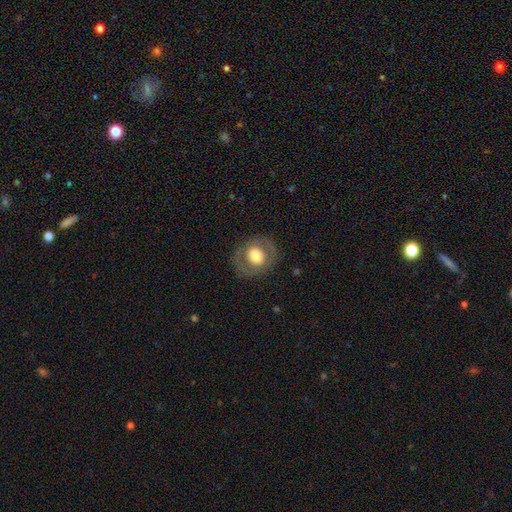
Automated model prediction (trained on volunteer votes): Smooth or featured?
  - smooth: 57% *
  - featured or disk: 36%
  - star or artifact: 7%
How rounded?
  - round: 75% *
  - in between: 24%
  - cigar-shaped: 1%
Merging?
  - none: 81% *
  - minor disturbance: 11%
  - major disturbance: 7%
  - merger: 1%